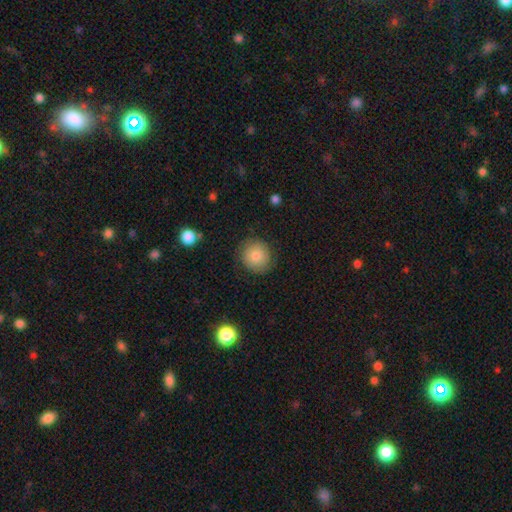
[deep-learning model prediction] Smooth or featured? Predicted: smooth (p=0.72). How rounded? Predicted: round (p=0.91). Merging? Predicted: none (p=0.81).